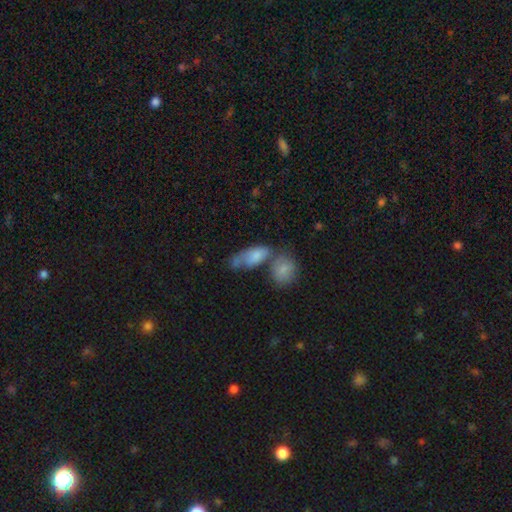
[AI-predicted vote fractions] Smooth or featured? smooth (71%)
How rounded? in between (82%)
Merging? merger (41%)